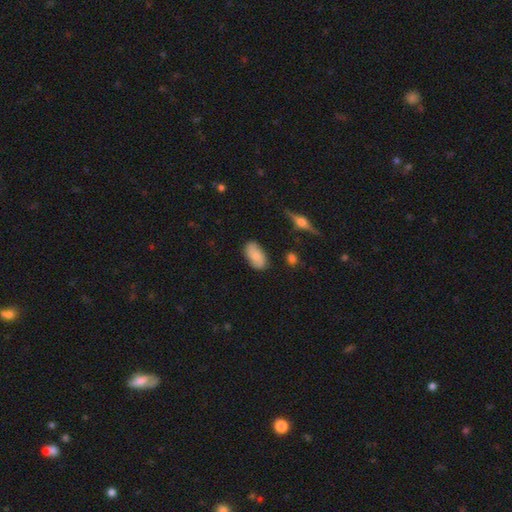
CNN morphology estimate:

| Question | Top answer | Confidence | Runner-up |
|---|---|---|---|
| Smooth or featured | smooth | 67% | featured or disk (26%) |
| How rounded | in between | 93% | round (4%) |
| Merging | none | 80% | minor disturbance (15%) |